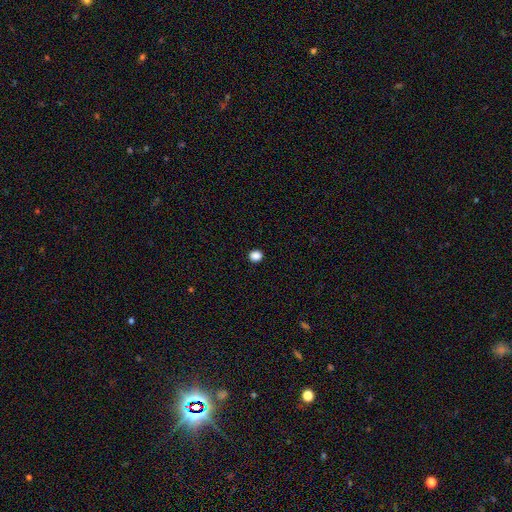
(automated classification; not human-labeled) The model was most divided on "how rounded": round: 79%, in between: 20%, cigar-shaped: 1%. More confident: merging — none (92%); smooth or featured — smooth (87%).